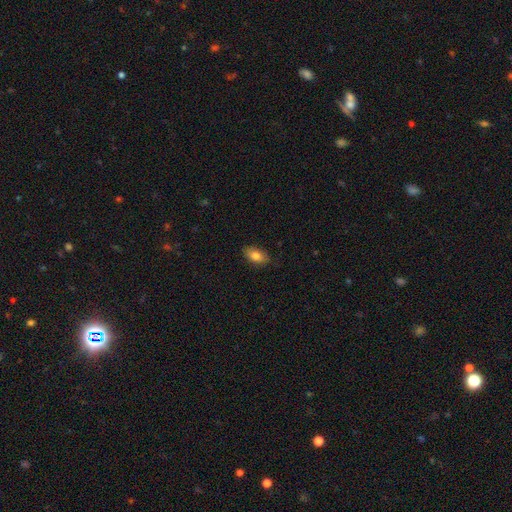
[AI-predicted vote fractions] Morphology: type=smooth (81%); roundness=in between (91%); merging=none (84%).